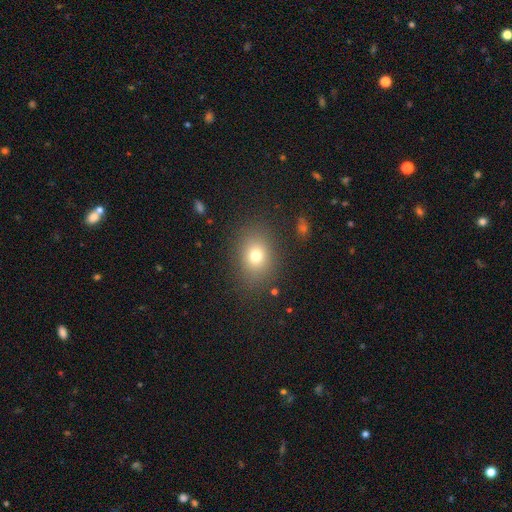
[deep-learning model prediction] smooth 75%, star or artifact 14%, featured or disk 11%. Down the decision tree: how rounded — in between (55%); merging — none (84%).